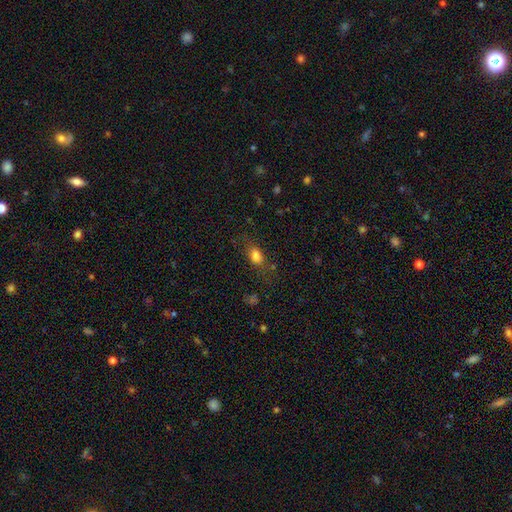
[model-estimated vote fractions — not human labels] Q: Smooth or featured?
A: smooth (78%); runner-up: star or artifact (12%)
Q: How rounded?
A: in between (79%); runner-up: round (12%)
Q: Merging?
A: none (64%); runner-up: minor disturbance (20%)